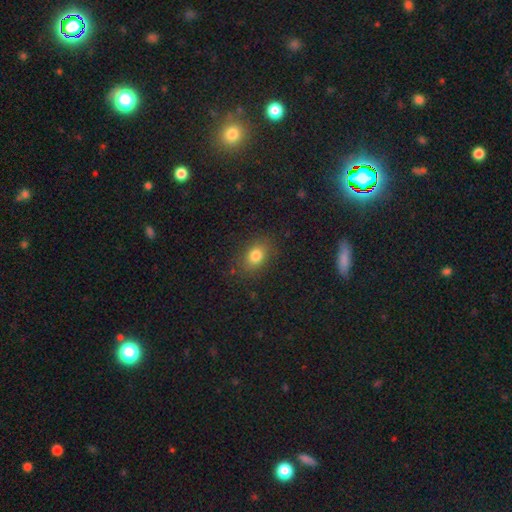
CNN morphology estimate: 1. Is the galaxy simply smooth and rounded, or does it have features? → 80% smooth, 12% star or artifact, 8% featured or disk.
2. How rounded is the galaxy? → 68% in between, 30% round, 2% cigar-shaped.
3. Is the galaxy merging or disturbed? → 83% none, 12% minor disturbance, 4% major disturbance, 1% merger.